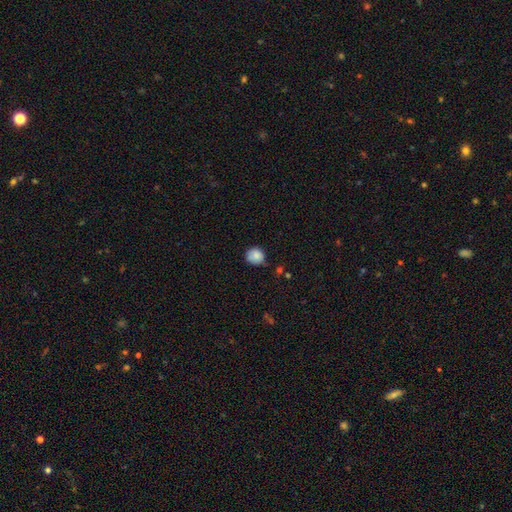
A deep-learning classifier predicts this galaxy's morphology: smooth-or-featured: smooth: 85% | star or artifact: 9% | featured or disk: 7%
  how-rounded: round: 84% | in between: 15% | cigar-shaped: 1%
  merging: none: 70% | minor disturbance: 23% | major disturbance: 4% | merger: 3%